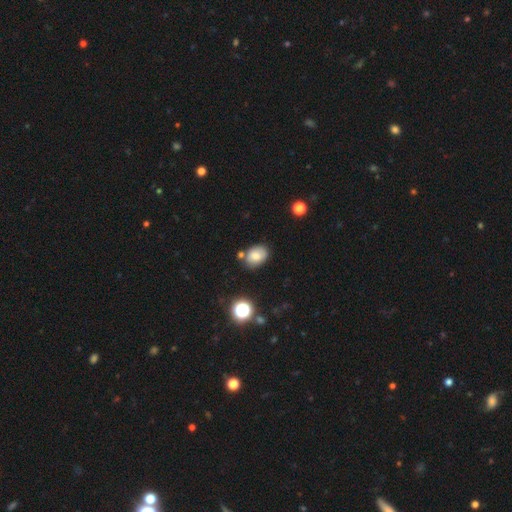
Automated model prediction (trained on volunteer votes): Overall: smooth (76%). How rounded: in between (71%). Merging: none (72%).